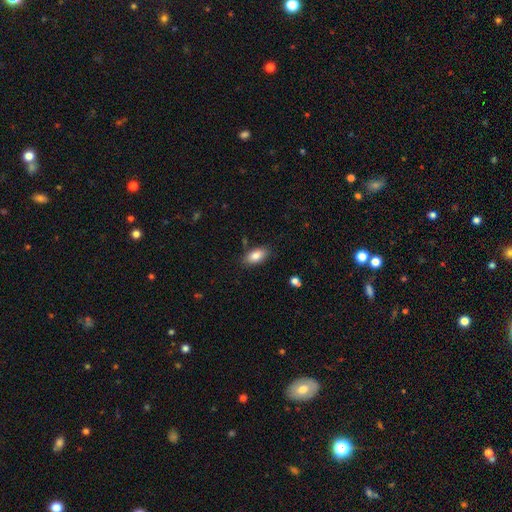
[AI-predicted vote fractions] Smooth or featured?
  - smooth: 85% *
  - featured or disk: 8%
  - star or artifact: 7%
How rounded?
  - in between: 91% *
  - cigar-shaped: 6%
  - round: 3%
Merging?
  - none: 84% *
  - minor disturbance: 11%
  - major disturbance: 3%
  - merger: 2%